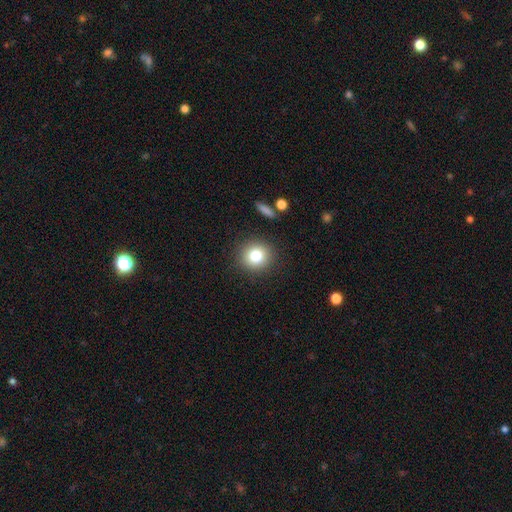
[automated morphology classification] smooth 80%, star or artifact 11%, featured or disk 9%. Down the decision tree: how rounded — round (85%); merging — none (89%).